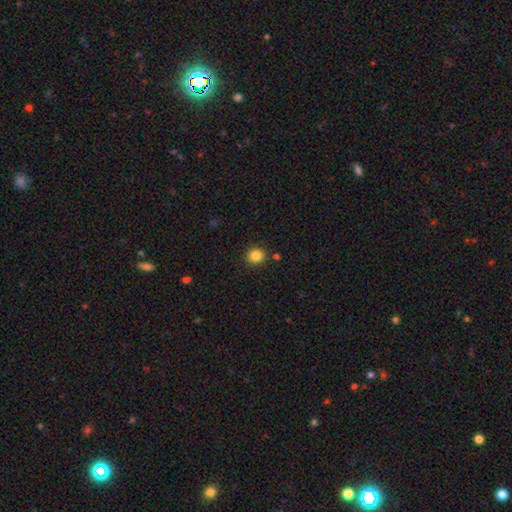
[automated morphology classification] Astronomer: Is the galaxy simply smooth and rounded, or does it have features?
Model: smooth — 85%.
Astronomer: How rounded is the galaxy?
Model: round — 80%.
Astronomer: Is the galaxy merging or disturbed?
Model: none — 88%.